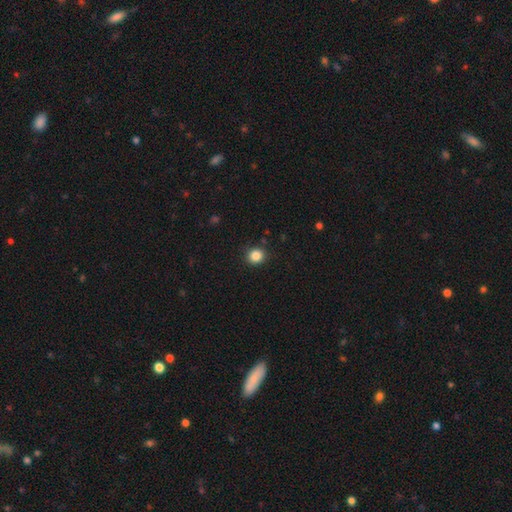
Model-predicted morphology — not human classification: Smooth or featured? smooth (85%)
How rounded? round (87%)
Merging? none (89%)